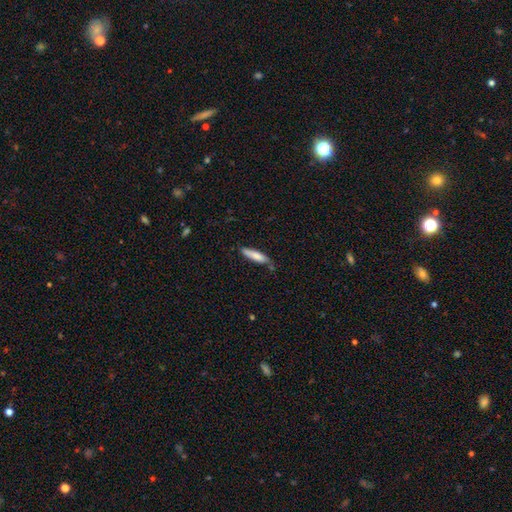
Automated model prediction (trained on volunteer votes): This appears to be a smooth galaxy with no disk features (78%) that is cigar-shaped (75%). Merging: none (67%).